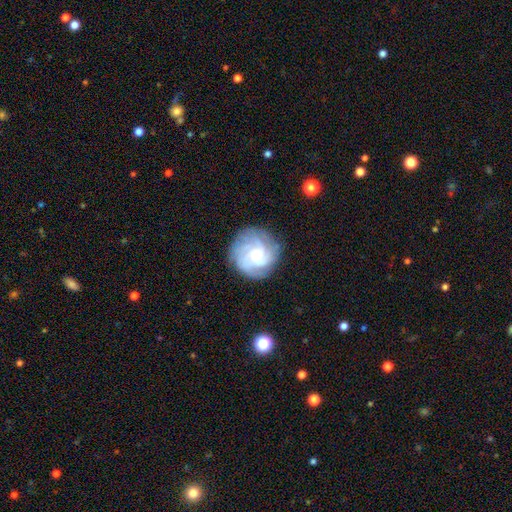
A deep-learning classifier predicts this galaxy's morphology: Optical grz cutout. It shows a featured or disk galaxy (76%) with no bar (68%), tight (60%) spiral arms (94%) and a small central bulge (58%). Merging: none (80%).